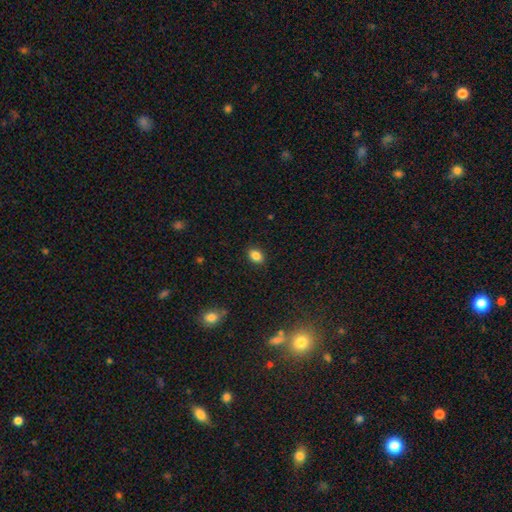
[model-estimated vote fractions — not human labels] Q: Smooth or featured?
A: smooth (86%); runner-up: star or artifact (10%)
Q: How rounded?
A: in between (74%); runner-up: round (25%)
Q: Merging?
A: none (88%); runner-up: minor disturbance (9%)